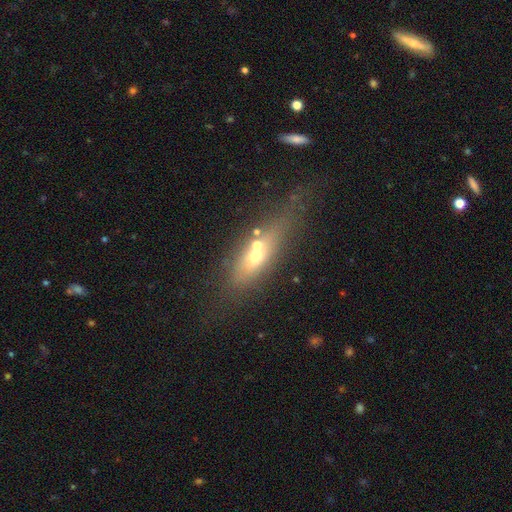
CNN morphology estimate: A smooth galaxy with no disk features (47%). Merging: none (43%).